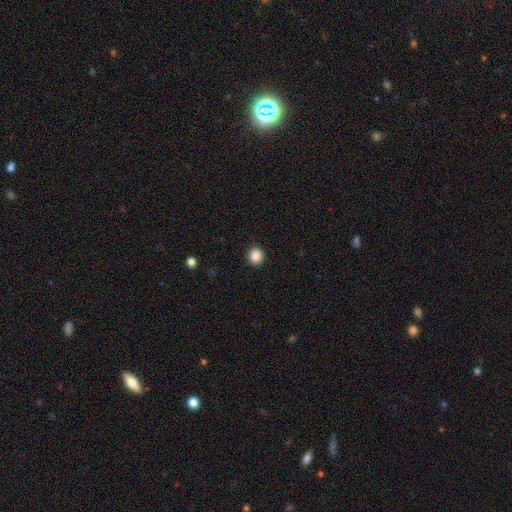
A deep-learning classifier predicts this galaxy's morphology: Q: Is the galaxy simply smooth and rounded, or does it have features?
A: smooth — 88%.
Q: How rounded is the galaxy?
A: round — 87%.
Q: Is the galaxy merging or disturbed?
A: none — 90%.